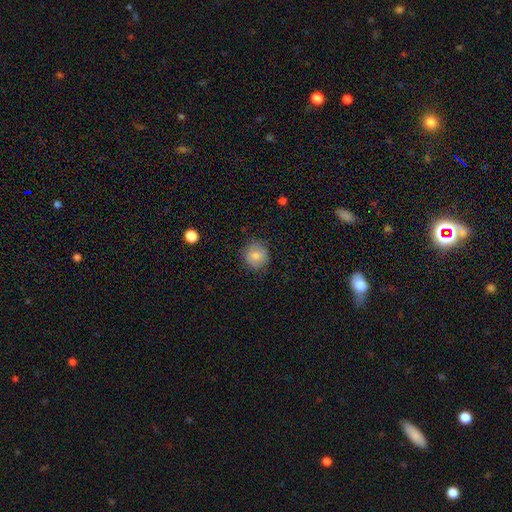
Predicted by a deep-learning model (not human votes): Smooth or featured? smooth (81%)
How rounded? round (87%)
Merging? none (84%)